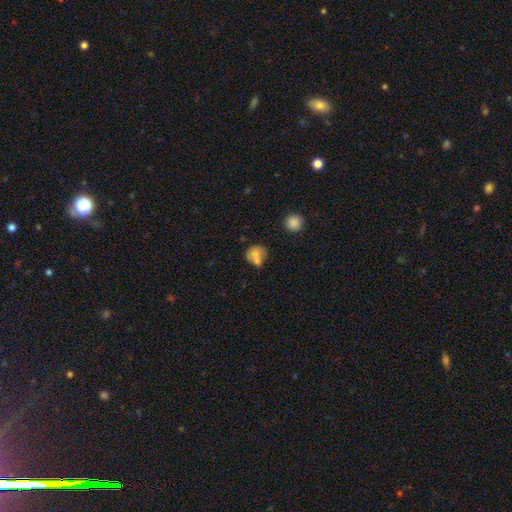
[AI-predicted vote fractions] This appears to be a smooth galaxy with no disk features (63%) that is round (73%). Merging: none (42%).